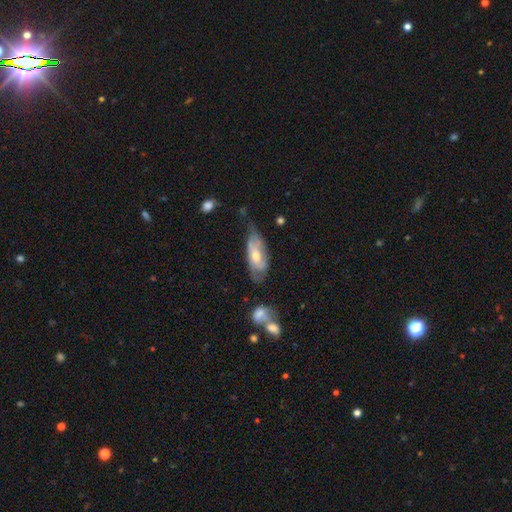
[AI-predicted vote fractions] The model was most divided on "merging": none: 48%, minor disturbance: 34%, major disturbance: 14%, merger: 5%. More confident: edge-on disk — no (82%); smooth or featured — featured or disk (56%).